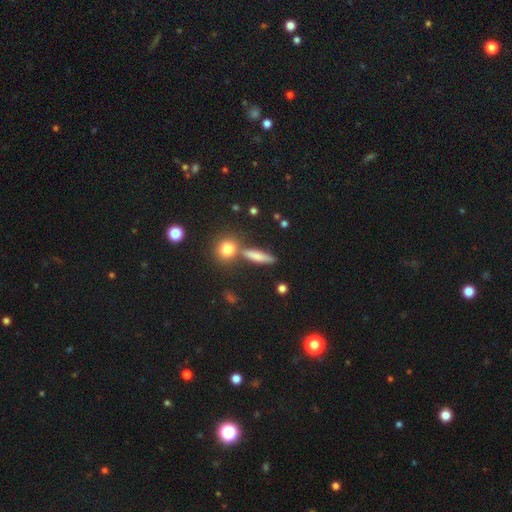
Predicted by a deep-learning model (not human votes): Smooth or featured: smooth — 64% (featured or disk — 22%)
How rounded: cigar-shaped — 63% (in between — 25%)
Merging: none — 71% (merger — 13%)